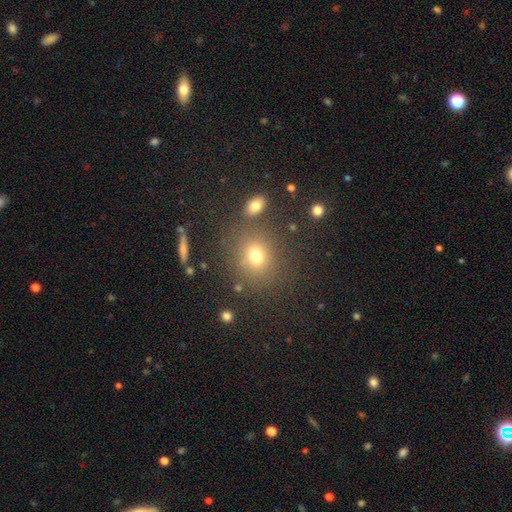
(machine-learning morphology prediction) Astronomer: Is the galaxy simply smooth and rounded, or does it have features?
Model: smooth — 72%.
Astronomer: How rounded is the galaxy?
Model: round — 75%.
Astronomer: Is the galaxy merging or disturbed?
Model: none — 78%.